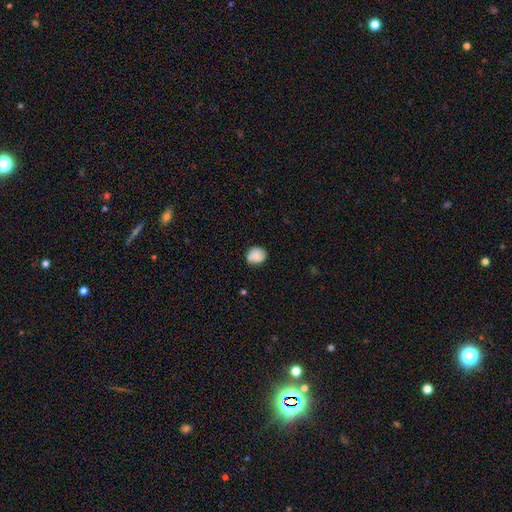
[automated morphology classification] Smooth or featured? Predicted: smooth (p=0.77). How rounded? Predicted: round (p=0.67). Merging? Predicted: none (p=0.76).